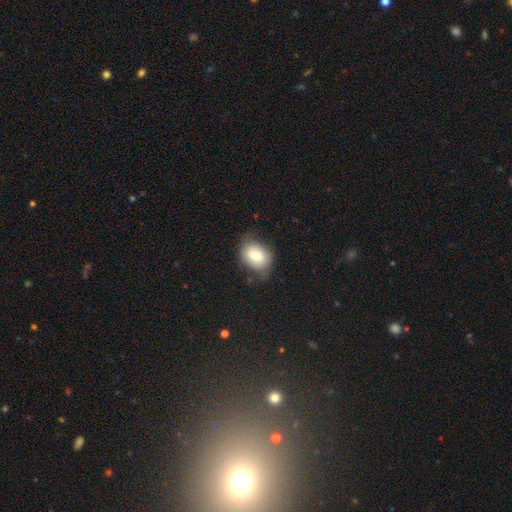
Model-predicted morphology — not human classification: Smooth or featured: smooth — 75% (featured or disk — 17%)
How rounded: in between — 70% (round — 29%)
Merging: none — 59% (minor disturbance — 30%)